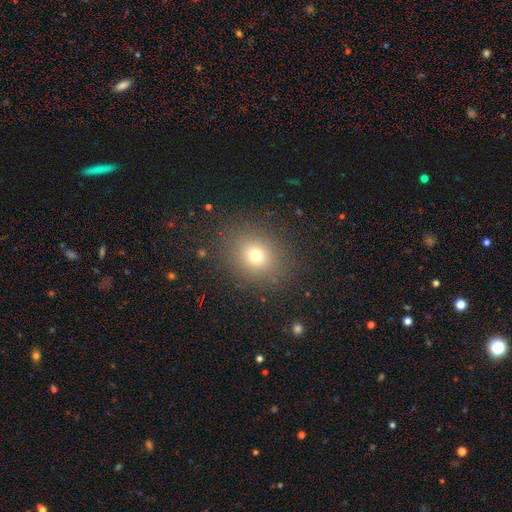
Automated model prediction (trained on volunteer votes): smooth 71%, star or artifact 19%, featured or disk 11%. Down the decision tree: how rounded — round (69%); merging — none (86%).